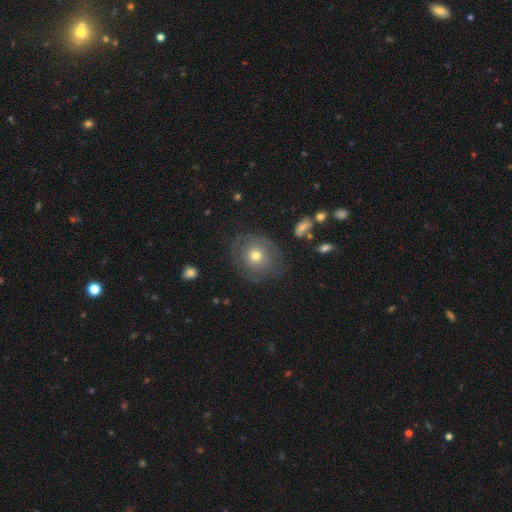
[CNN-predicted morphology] type=smooth (47%); merging=none (73%).